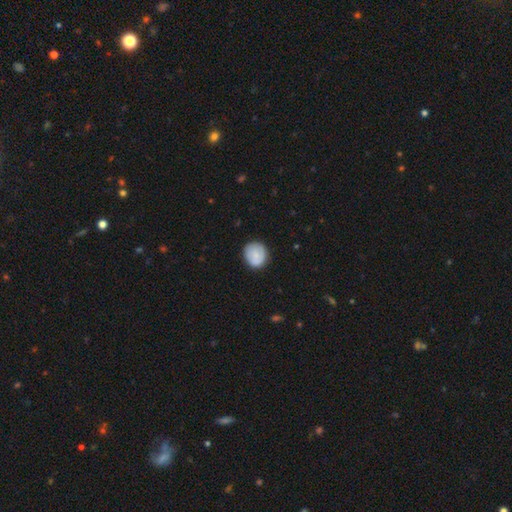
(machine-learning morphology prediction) This appears to be a smooth galaxy with no disk features (74%) that is round (82%). Merging: none (82%).